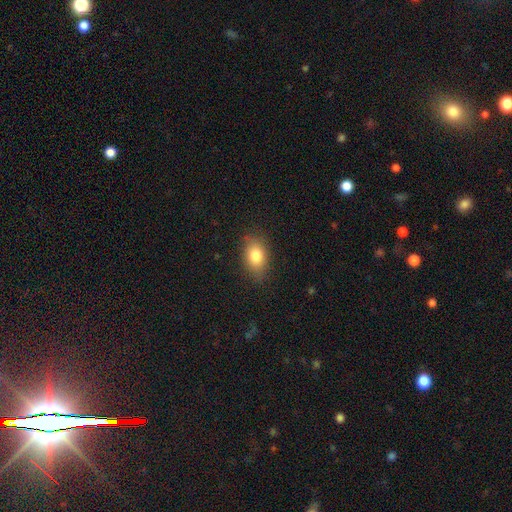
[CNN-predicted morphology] A smooth galaxy with no disk features (82%) that is in between round and cigar-shaped (83%). Merging: none (80%).